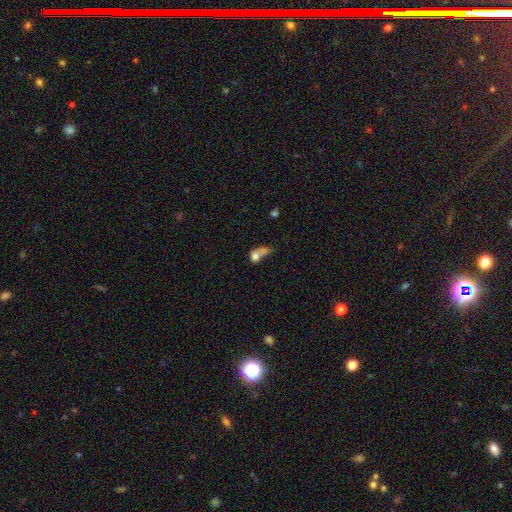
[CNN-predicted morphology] smooth 70%, featured or disk 19%, star or artifact 11%. Down the decision tree: how rounded — in between (54%); merging — merger (48%).